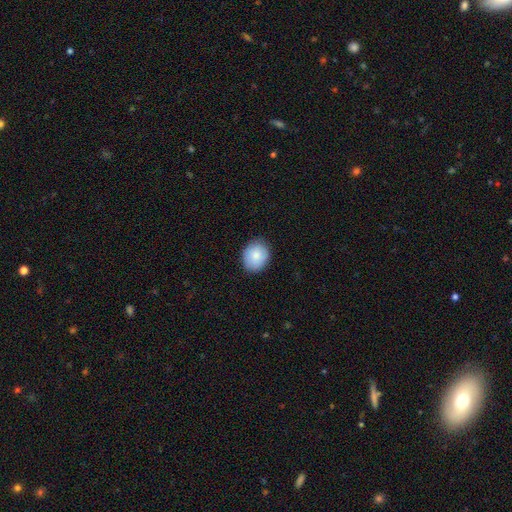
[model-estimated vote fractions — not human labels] This appears to be a smooth galaxy with no disk features (85%) that is round (64%). Merging: none (86%).